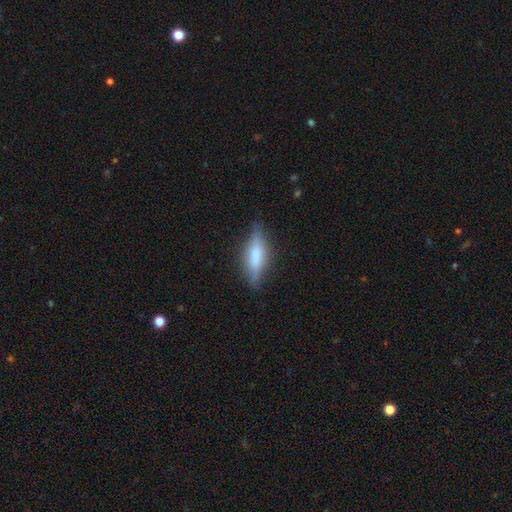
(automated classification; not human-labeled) Smooth or featured? smooth (56%)
How rounded? cigar-shaped (55%)
Merging? none (78%)